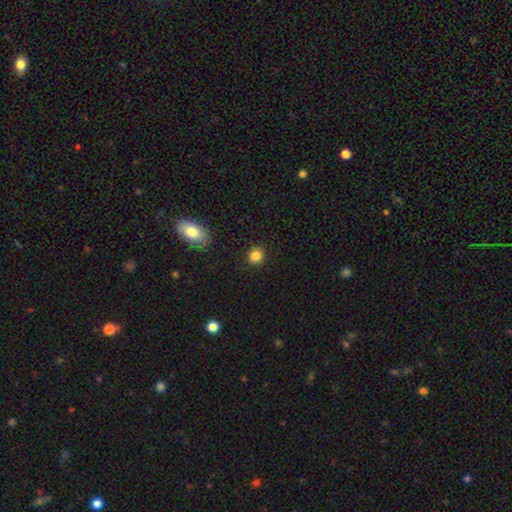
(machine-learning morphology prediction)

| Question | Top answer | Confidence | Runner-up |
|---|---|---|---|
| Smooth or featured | smooth | 85% | star or artifact (11%) |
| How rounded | round | 87% | in between (12%) |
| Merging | none | 89% | minor disturbance (7%) |